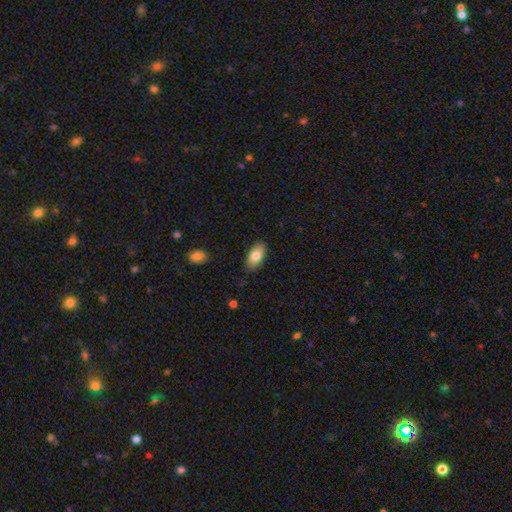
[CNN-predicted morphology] This appears to be a smooth galaxy with no disk features (82%) that is in between round and cigar-shaped (93%). Merging: none (85%).